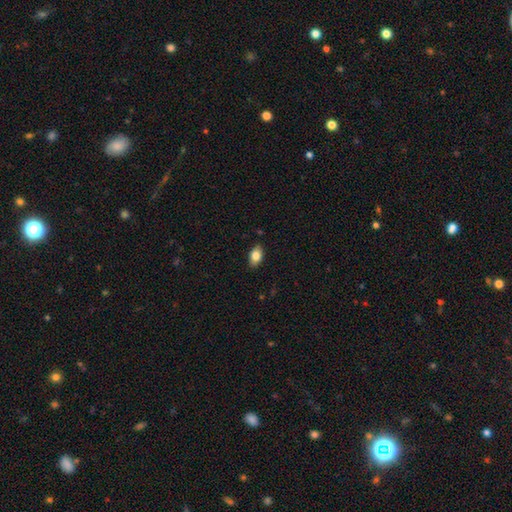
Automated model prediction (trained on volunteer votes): smooth_or_featured: smooth (p=0.81) [alt: featured or disk p=0.11]
how_rounded: in between (p=0.90) [alt: round p=0.08]
merging: none (p=0.86) [alt: minor disturbance p=0.11]